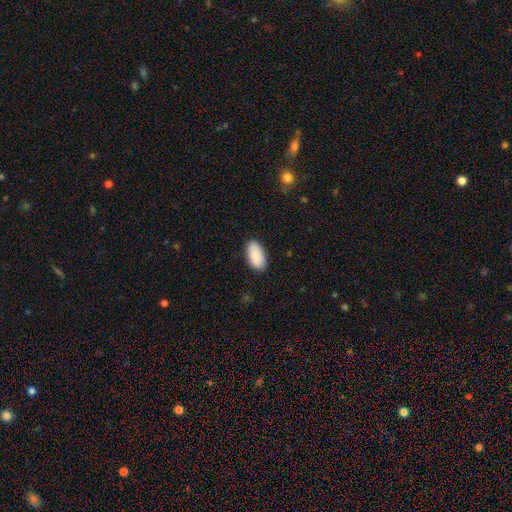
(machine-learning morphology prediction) Smooth or featured: smooth — 89% (star or artifact — 6%)
How rounded: in between — 94% (cigar-shaped — 4%)
Merging: none — 87% (minor disturbance — 10%)